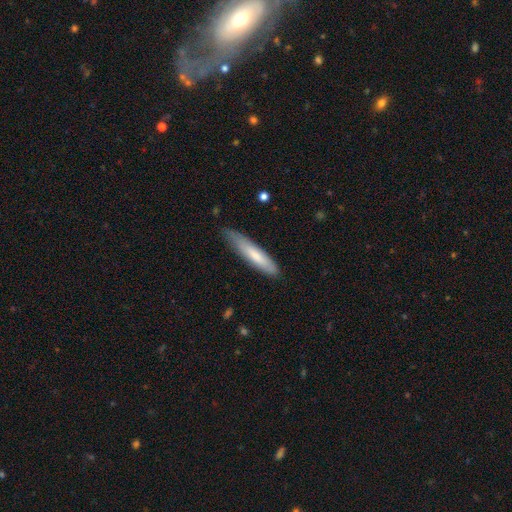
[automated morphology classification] Smooth or featured: smooth — 71% (featured or disk — 23%)
How rounded: cigar-shaped — 84% (in between — 15%)
Merging: none — 69% (minor disturbance — 25%)